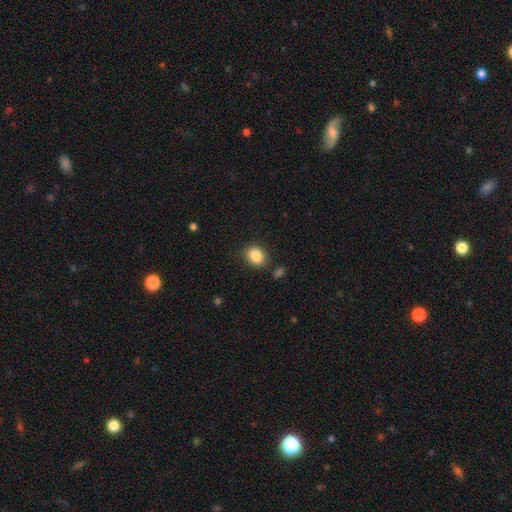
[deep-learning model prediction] Smooth or featured?
  - smooth: 86% *
  - star or artifact: 9%
  - featured or disk: 5%
How rounded?
  - round: 52% *
  - in between: 47%
  - cigar-shaped: 1%
Merging?
  - none: 82% *
  - minor disturbance: 12%
  - merger: 4%
  - major disturbance: 3%